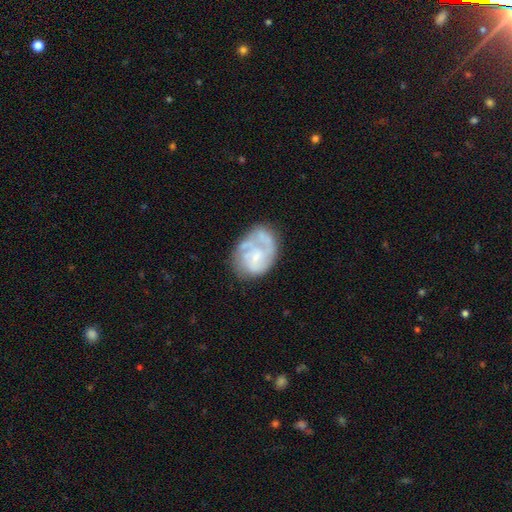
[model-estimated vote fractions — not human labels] Smooth or featured: featured or disk — 66% (smooth — 27%)
Edge-on disk: no — 98% (yes — 2%)
Bar: no — 64% (weak — 30%)
Spiral arms: yes — 71% (no — 29%)
Bulge size: small — 44% (none — 31%)
Merging: none — 47% (minor disturbance — 26%)